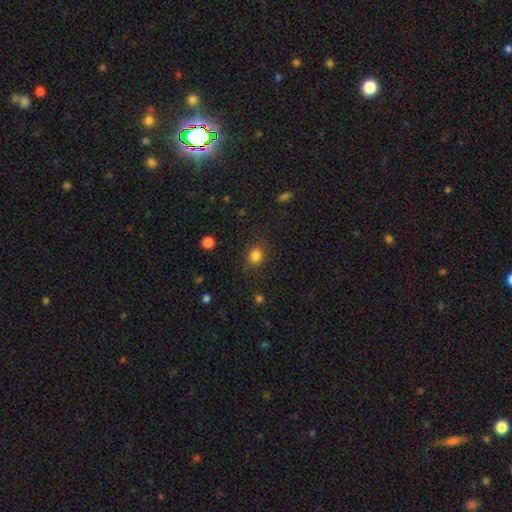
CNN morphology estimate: Smooth or featured? smooth (83%)
How rounded? round (84%)
Merging? none (86%)